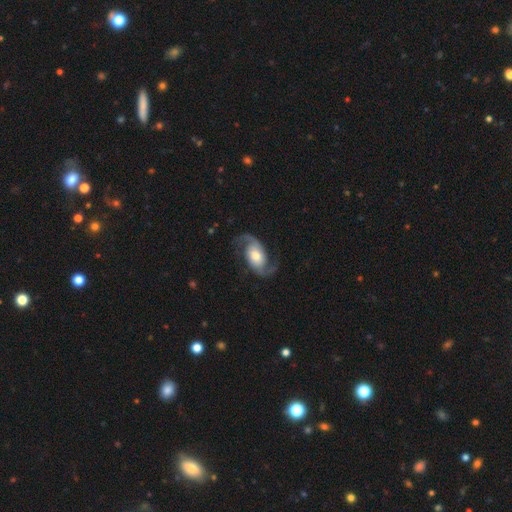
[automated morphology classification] Q: Smooth or featured?
A: featured or disk (89%); runner-up: smooth (7%)
Q: Edge-on disk?
A: no (98%); runner-up: yes (2%)
Q: Bar?
A: no (61%); runner-up: weak (28%)
Q: Spiral arms?
A: yes (97%); runner-up: no (3%)
Q: Spiral winding?
A: loose (51%); runner-up: medium (39%)
Q: Spiral arm count?
A: 2 (94%); runner-up: can't tell (1%)
Q: Bulge size?
A: moderate (49%); runner-up: large (30%)
Q: Merging?
A: none (78%); runner-up: minor disturbance (13%)